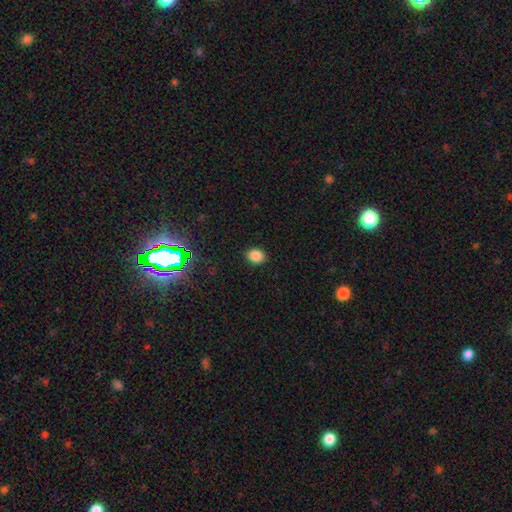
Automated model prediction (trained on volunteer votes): The model was most divided on "how rounded": in between: 51%, round: 48%, cigar-shaped: 1%. More confident: merging — none (90%); smooth or featured — smooth (85%).